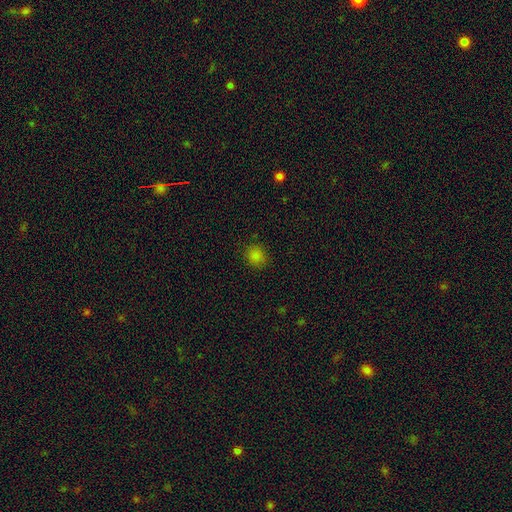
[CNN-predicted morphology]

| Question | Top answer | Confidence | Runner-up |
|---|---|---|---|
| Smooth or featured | smooth | 82% | star or artifact (15%) |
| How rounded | round | 80% | in between (19%) |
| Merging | none | 88% | minor disturbance (9%) |